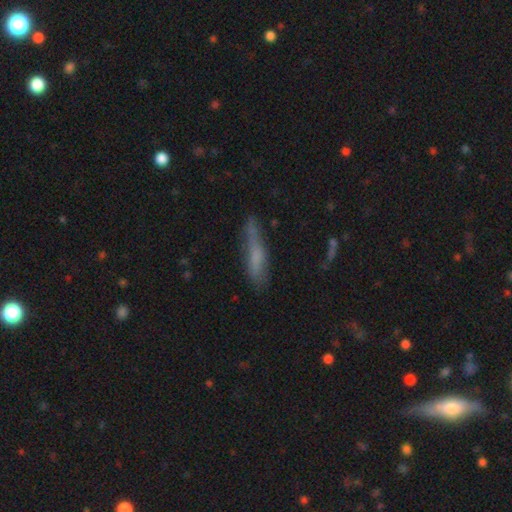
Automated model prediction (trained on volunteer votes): Smooth or featured?
  - smooth: 59% *
  - featured or disk: 31%
  - star or artifact: 10%
How rounded?
  - cigar-shaped: 83% *
  - in between: 15%
  - round: 2%
Merging?
  - none: 60% *
  - minor disturbance: 26%
  - major disturbance: 10%
  - merger: 4%